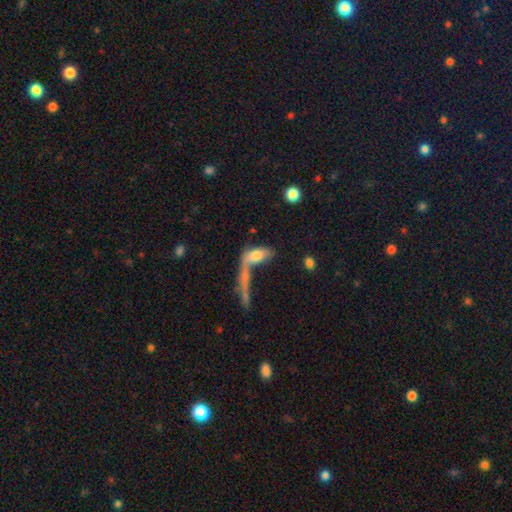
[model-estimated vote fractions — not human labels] Overall: smooth (68%). How rounded: in between (78%). Merging: merger (46%; none 26%).